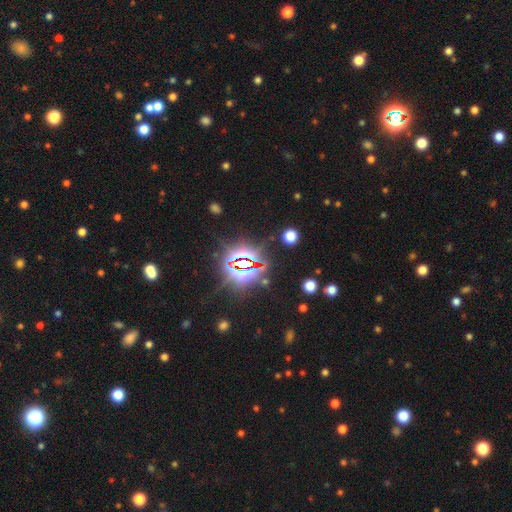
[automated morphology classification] The model was most divided on "smooth or featured": star or artifact: 82%, smooth: 11%, featured or disk: 7%.